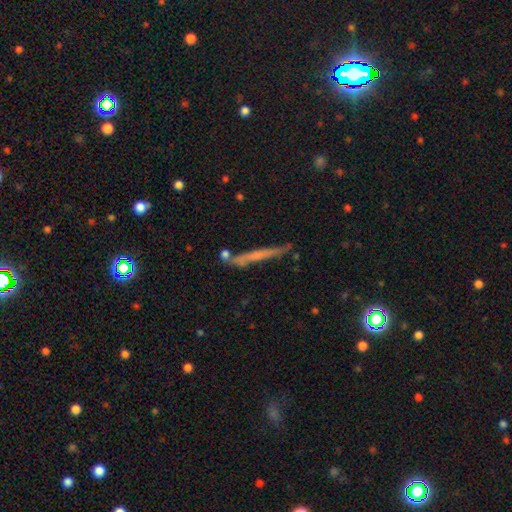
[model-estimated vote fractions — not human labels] A featured or disk galaxy (46%).

Vote fractions:
- Smooth or featured? featured or disk: 46% / smooth: 45% / star or artifact: 9%
- Merging? none: 74% / minor disturbance: 15% / merger: 7% / major disturbance: 4%